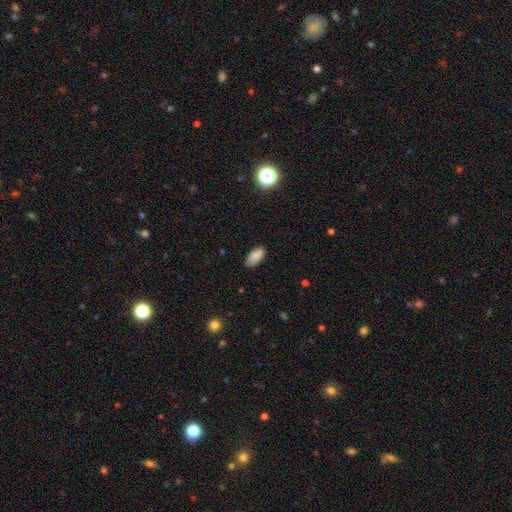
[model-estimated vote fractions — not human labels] The model was most divided on "merging": none: 84%, minor disturbance: 12%, major disturbance: 2%, merger: 1%. More confident: how rounded — in between (92%); smooth or featured — smooth (87%).